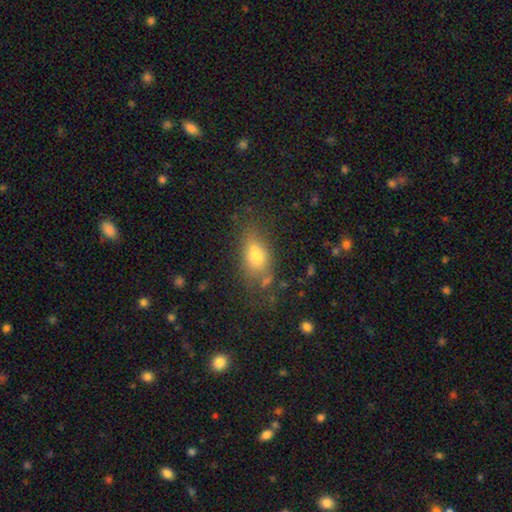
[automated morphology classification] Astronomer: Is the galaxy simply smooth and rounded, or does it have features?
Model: smooth — 71%.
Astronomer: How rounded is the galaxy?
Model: in between — 81%.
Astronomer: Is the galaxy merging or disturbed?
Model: none — 58%.